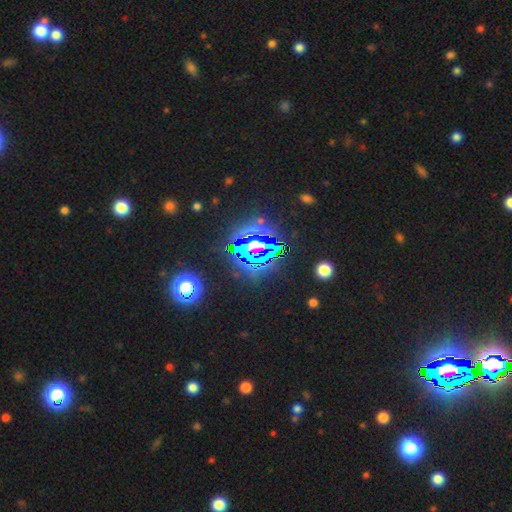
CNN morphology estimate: Smooth or featured? Predicted: star or artifact (p=0.79).